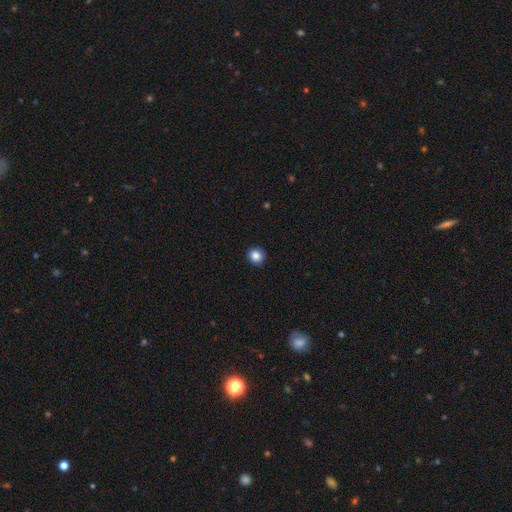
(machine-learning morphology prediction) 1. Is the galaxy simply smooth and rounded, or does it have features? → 85% smooth, 10% star or artifact, 5% featured or disk.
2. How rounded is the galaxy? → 90% round, 9% in between, 1% cigar-shaped.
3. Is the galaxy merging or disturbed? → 92% none, 5% minor disturbance, 2% major disturbance, 1% merger.